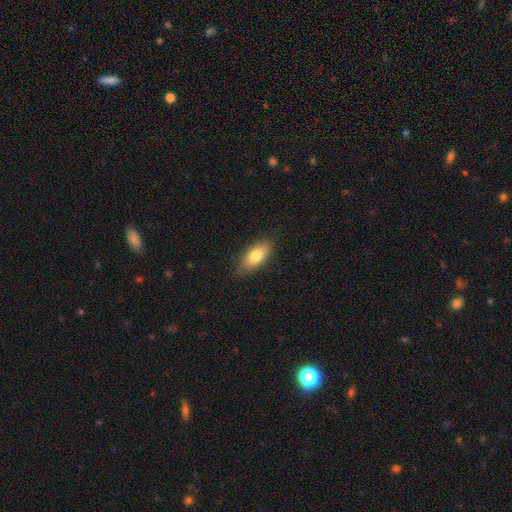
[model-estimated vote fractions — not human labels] This appears to be a smooth galaxy with no disk features (77%) that is in between round and cigar-shaped (86%). Merging: none (85%).